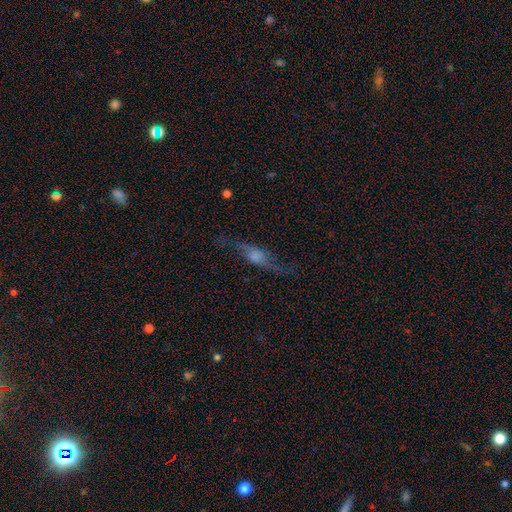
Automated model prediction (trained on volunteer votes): A featured or disk galaxy (67%) viewed edge-on (60%). Merging: none (69%).